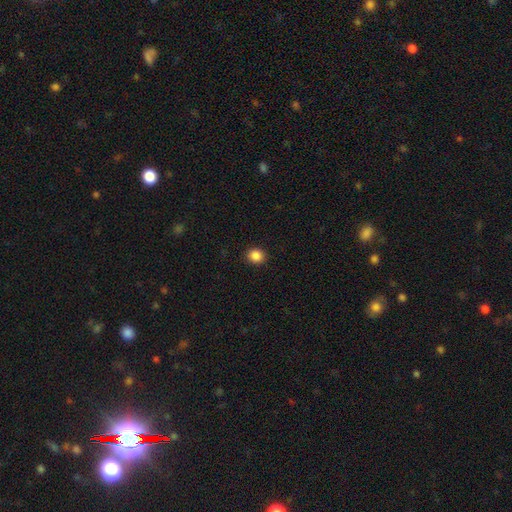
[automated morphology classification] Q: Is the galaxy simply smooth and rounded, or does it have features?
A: smooth — 87%.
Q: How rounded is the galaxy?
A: round — 76%.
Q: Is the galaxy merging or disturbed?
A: none — 90%.